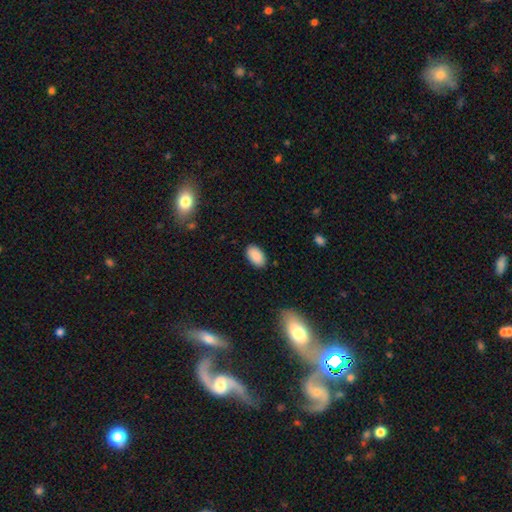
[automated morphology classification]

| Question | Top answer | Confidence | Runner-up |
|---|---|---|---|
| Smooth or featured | smooth | 90% | star or artifact (7%) |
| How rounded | in between | 95% | round (4%) |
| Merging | none | 88% | minor disturbance (9%) |